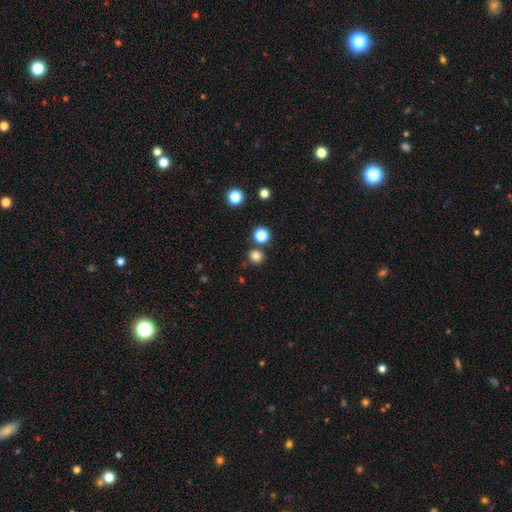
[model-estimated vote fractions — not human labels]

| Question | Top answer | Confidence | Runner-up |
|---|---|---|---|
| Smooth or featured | smooth | 81% | star or artifact (15%) |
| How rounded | round | 91% | in between (8%) |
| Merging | none | 83% | merger (8%) |